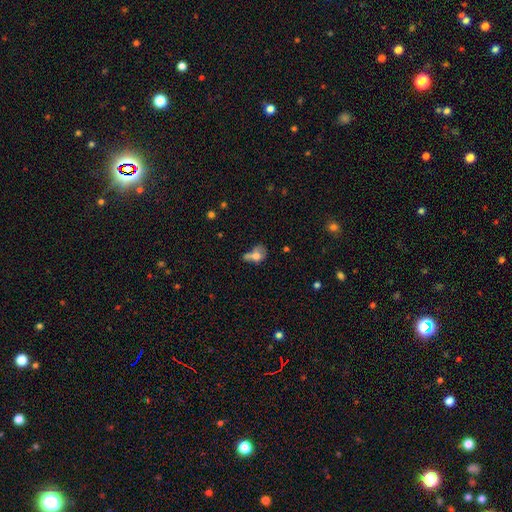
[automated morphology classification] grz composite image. It shows a smooth galaxy with no disk features (64%) that is in between round and cigar-shaped (68%). Merging: merger (32%).